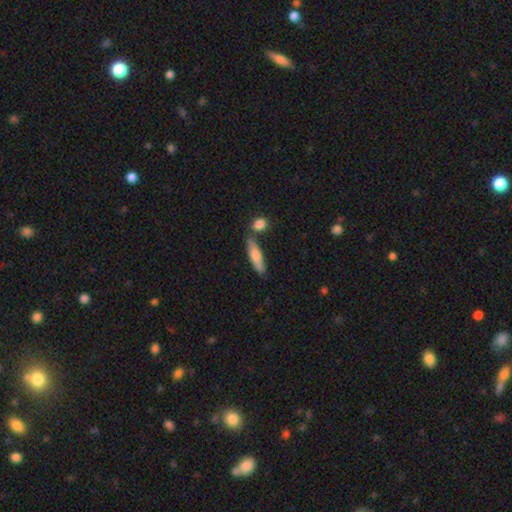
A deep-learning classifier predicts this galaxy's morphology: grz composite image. It shows a smooth galaxy with no disk features (74%) that is cigar-shaped (67%). Merging: none (71%).